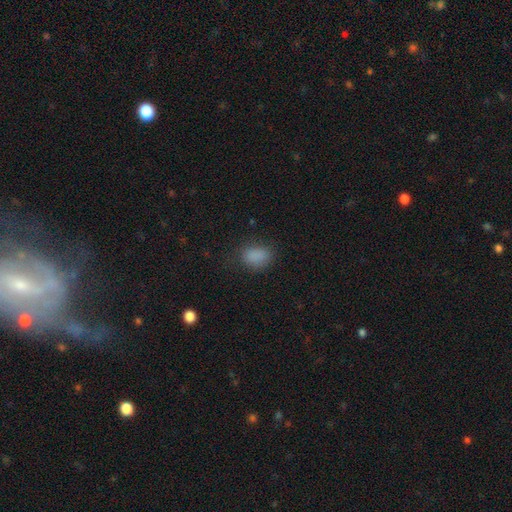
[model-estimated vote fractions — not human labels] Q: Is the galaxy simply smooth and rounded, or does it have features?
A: smooth — 85%.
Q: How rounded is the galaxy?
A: in between — 77%.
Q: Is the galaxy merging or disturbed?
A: none — 76%.